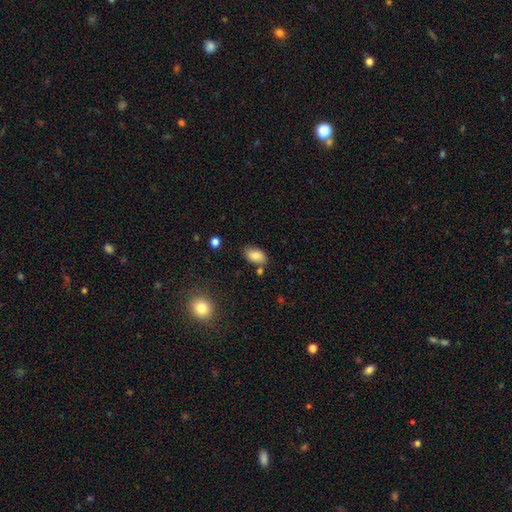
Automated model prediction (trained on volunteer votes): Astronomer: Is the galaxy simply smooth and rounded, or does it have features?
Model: smooth — 82%.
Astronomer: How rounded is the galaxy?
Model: in between — 92%.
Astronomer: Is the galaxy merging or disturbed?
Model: none — 75%.